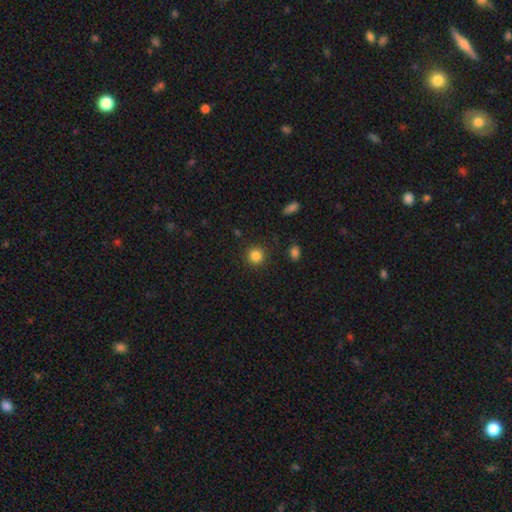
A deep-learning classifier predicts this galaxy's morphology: smooth_or_featured: smooth (p=0.84) [alt: star or artifact p=0.12]
how_rounded: round (p=0.93) [alt: in between p=0.06]
merging: none (p=0.90) [alt: minor disturbance p=0.06]